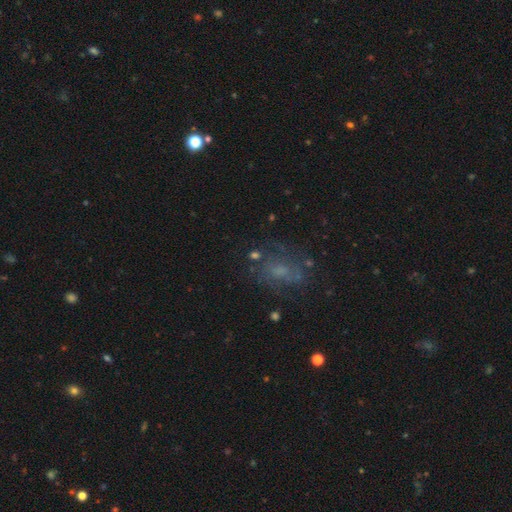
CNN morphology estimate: smooth_or_featured: featured or disk (p=0.42) [alt: smooth p=0.37]
merging: none (p=0.57) [alt: minor disturbance p=0.20]